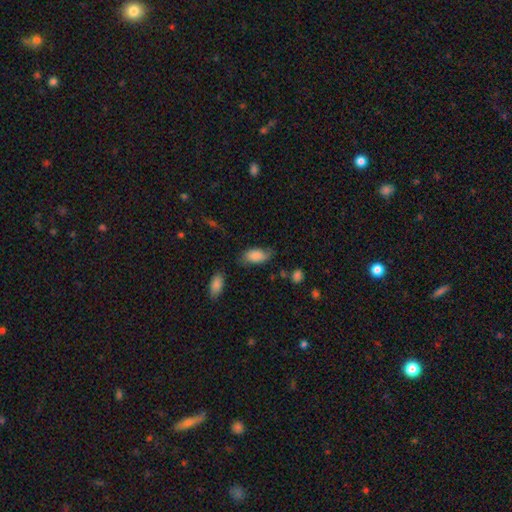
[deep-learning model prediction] Smooth or featured? Predicted: smooth (p=0.81). How rounded? Predicted: in between (p=0.92). Merging? Predicted: none (p=0.59).